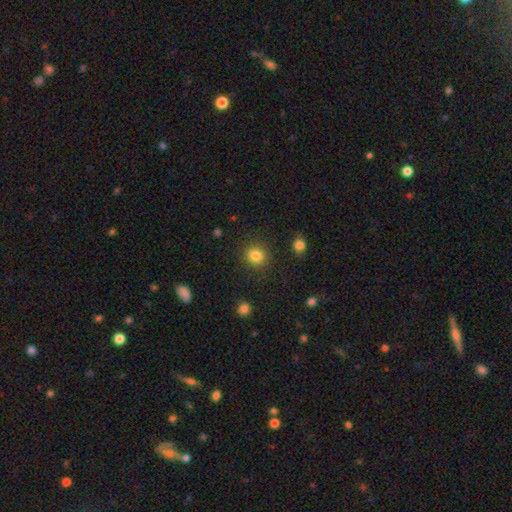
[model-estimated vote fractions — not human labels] Smooth or featured? Predicted: smooth (p=0.84). How rounded? Predicted: round (p=0.88). Merging? Predicted: none (p=0.89).